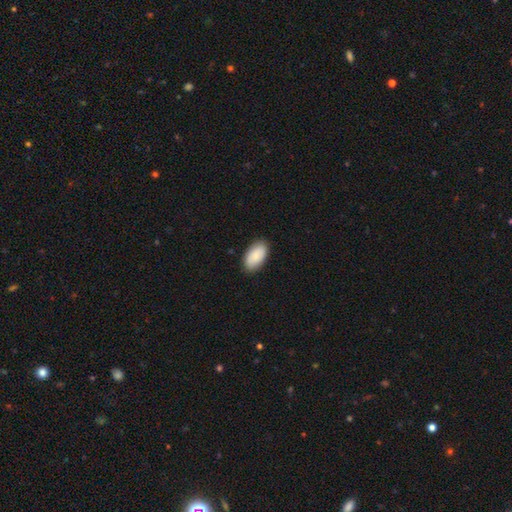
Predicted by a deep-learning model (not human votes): A smooth galaxy with no disk features (83%) that is in between round and cigar-shaped (95%). Merging: none (88%).